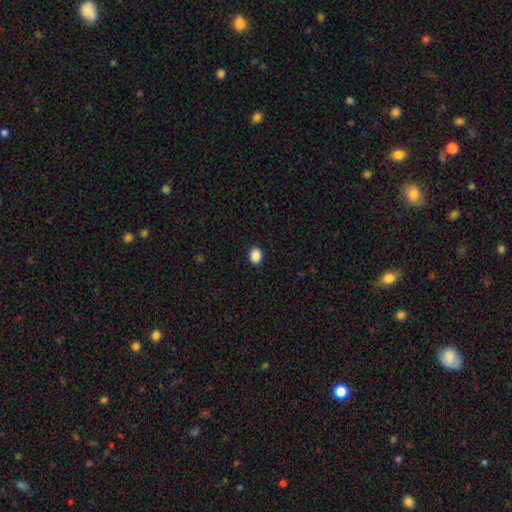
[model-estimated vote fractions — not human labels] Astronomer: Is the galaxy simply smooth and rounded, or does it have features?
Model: smooth — 89%.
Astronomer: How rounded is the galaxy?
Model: in between — 52% (runner-up: round, 47%).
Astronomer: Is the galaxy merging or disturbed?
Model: none — 90%.